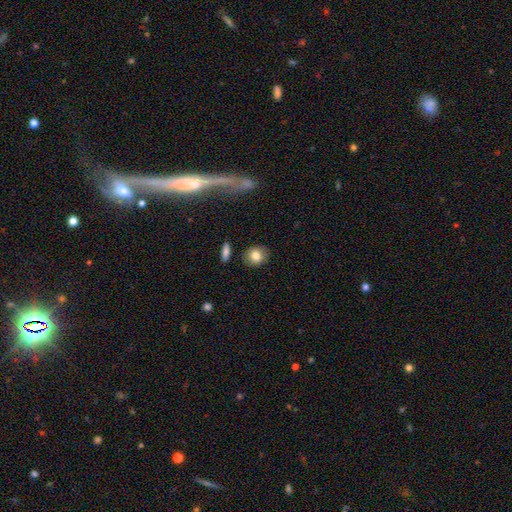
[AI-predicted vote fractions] Smooth or featured? Predicted: smooth (p=0.80). How rounded? Predicted: round (p=0.70). Merging? Predicted: none (p=0.85).